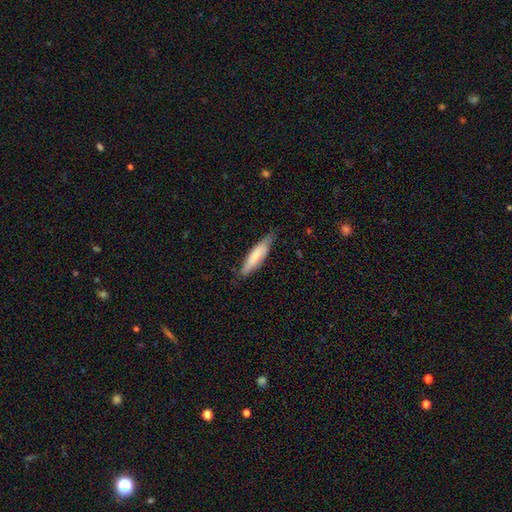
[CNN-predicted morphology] A smooth galaxy with no disk features (65%) that is cigar-shaped (69%).

Vote fractions:
- Smooth or featured? smooth: 65% / featured or disk: 29% / star or artifact: 6%
- How rounded? cigar-shaped: 69% / in between: 30% / round: 1%
- Merging? none: 71% / minor disturbance: 24% / major disturbance: 4% / merger: 1%